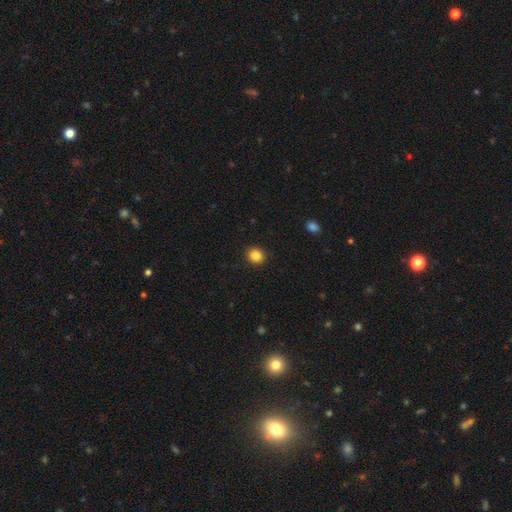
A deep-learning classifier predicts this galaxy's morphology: A smooth galaxy with no disk features (86%) that is round (84%).

Vote fractions:
- Smooth or featured? smooth: 86% / star or artifact: 10% / featured or disk: 4%
- How rounded? round: 84% / in between: 15% / cigar-shaped: 1%
- Merging? none: 92% / minor disturbance: 5% / major disturbance: 2% / merger: 1%